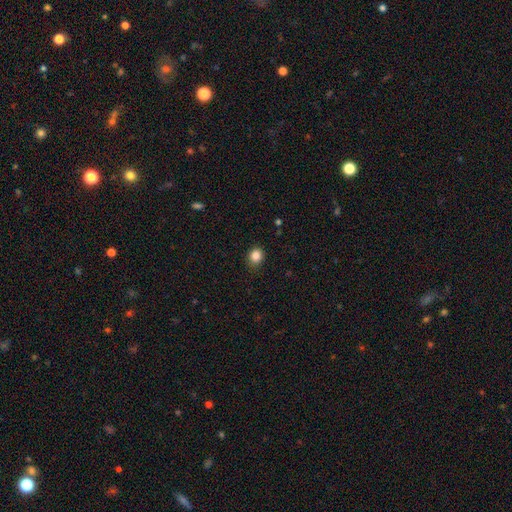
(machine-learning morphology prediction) Smooth or featured? smooth (85%)
How rounded? round (72%)
Merging? none (87%)